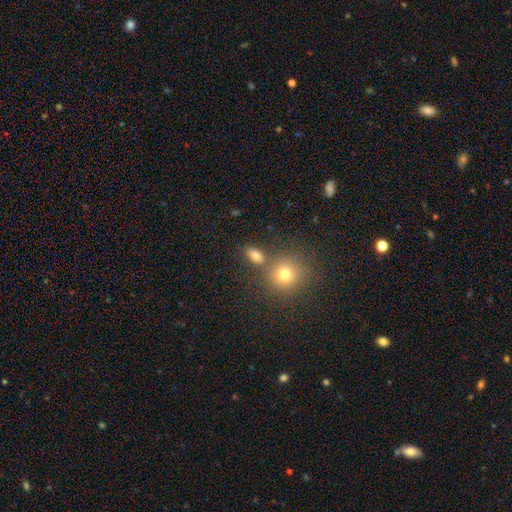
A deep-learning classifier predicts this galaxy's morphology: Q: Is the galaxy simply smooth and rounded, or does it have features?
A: smooth — 77%.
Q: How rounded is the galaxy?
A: in between — 73%.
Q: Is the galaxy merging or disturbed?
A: none — 70%.